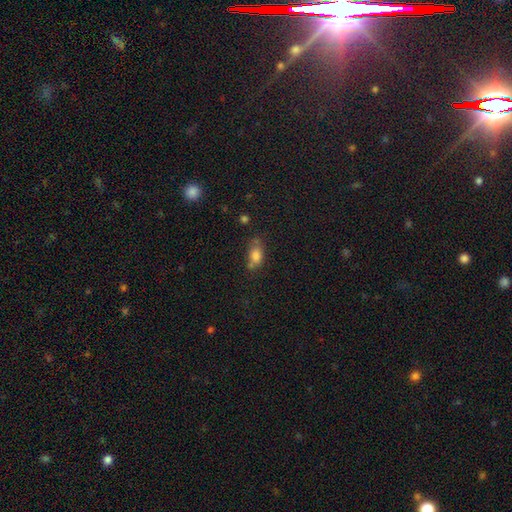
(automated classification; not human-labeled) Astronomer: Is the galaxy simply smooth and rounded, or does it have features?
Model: smooth — 79%.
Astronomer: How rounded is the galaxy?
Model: in between — 81%.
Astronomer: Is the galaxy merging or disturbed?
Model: none — 50%.